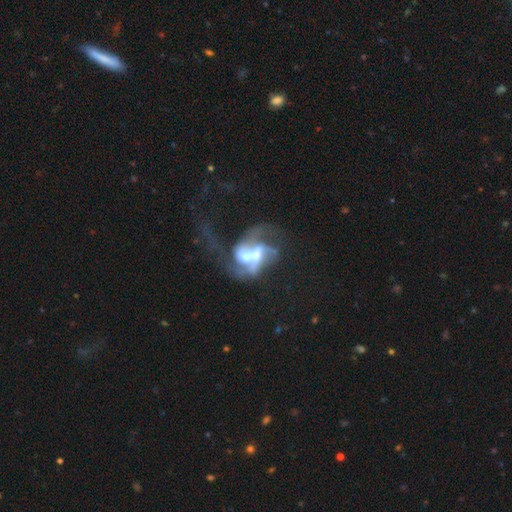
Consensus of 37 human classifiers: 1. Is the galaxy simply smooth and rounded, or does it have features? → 73% featured or disk, 19% smooth, 8% star or artifact.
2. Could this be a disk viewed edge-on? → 96% no, 4% yes.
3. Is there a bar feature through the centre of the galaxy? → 58% no, 35% weak, 8% strong.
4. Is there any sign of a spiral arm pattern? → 73% yes, 27% no.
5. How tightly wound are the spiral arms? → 53% loose, 47% medium, 0% tight.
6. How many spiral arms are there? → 37% can't tell, 26% 2, 26% 3, 11% 1, 0% 4, 0% more than 4.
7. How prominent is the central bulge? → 46% small, 38% moderate, 8% large, 8% none, 0% dominant.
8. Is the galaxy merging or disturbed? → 41% major disturbance (tied), 41% merger (tied), 12% none, 6% minor disturbance.